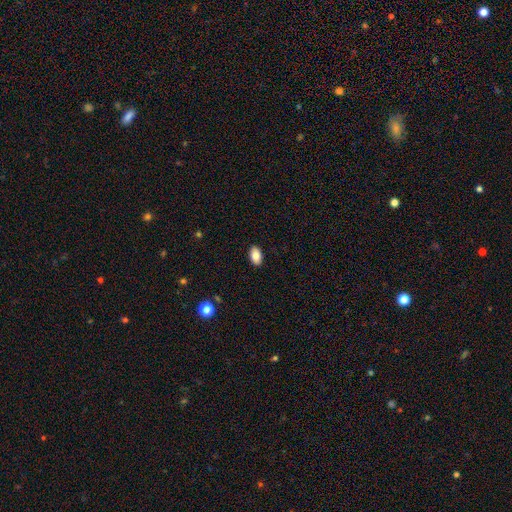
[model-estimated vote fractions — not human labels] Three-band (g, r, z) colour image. It shows a smooth galaxy with no disk features (84%) that is in between round and cigar-shaped (93%). Merging: none (90%).